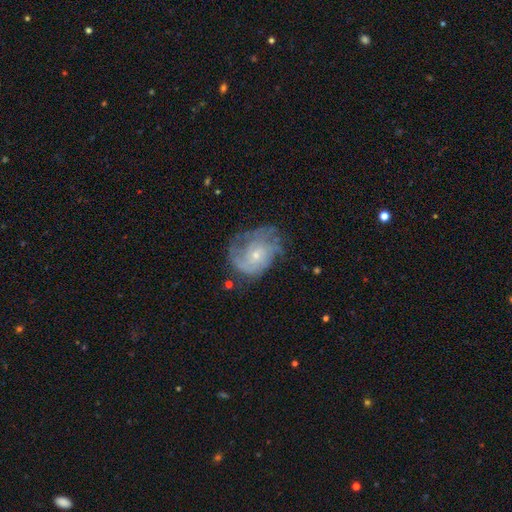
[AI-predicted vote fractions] smooth-or-featured: featured or disk: 75% | smooth: 17% | star or artifact: 8%
  disk-edge-on: no: 98% | yes: 2%
    bar: no: 76% | weak: 21% | strong: 3%
    has-spiral-arms: yes: 87% | no: 13%
      spiral-winding: tight: 45% | medium: 38% | loose: 18%
      spiral-arm-count: can't tell: 41% | 2: 21% | 3: 18% | 4: 8% | 1: 7% | more than 4: 5%
    bulge-size: small: 71% | moderate: 25% | none: 2% | large: 1% | dominant: 1%
  merging: none: 56% | minor disturbance: 25% | major disturbance: 18% | merger: 2%